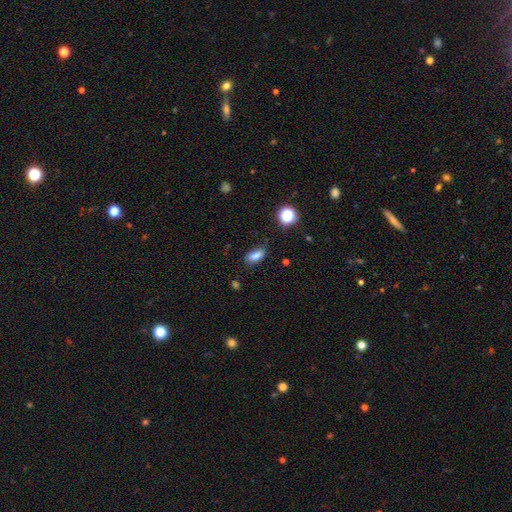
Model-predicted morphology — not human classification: type=smooth (78%); roundness=in between (83%); merging=none (72%).